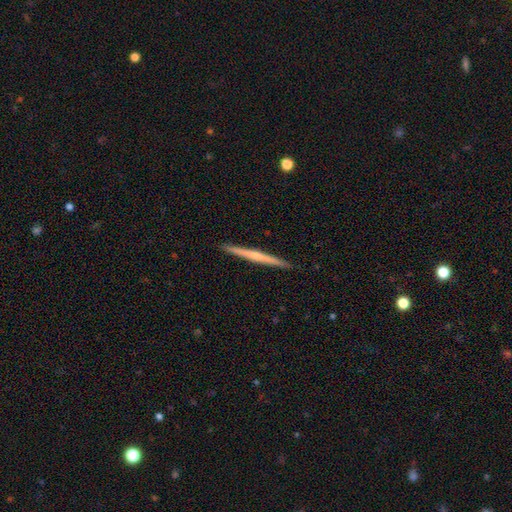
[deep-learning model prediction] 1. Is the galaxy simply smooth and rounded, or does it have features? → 55% featured or disk, 39% smooth, 5% star or artifact.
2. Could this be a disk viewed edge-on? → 98% yes, 2% no.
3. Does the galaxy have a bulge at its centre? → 65% none, 28% rounded, 7% boxy.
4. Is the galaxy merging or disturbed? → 92% none, 6% minor disturbance, 1% major disturbance, 1% merger.